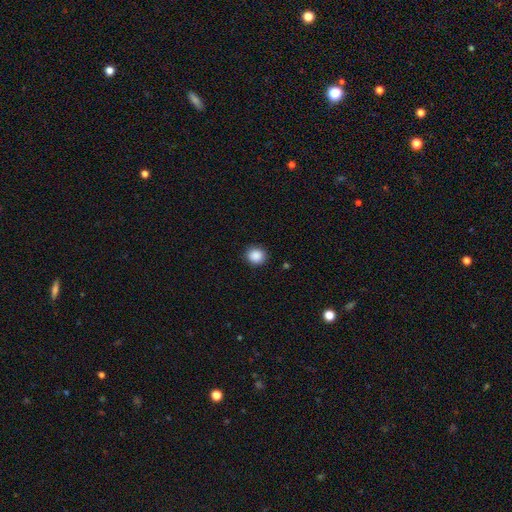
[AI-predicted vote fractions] This is clearly a smooth galaxy (88%). How rounded: clearly round (85%). Merging: clearly none (90%).